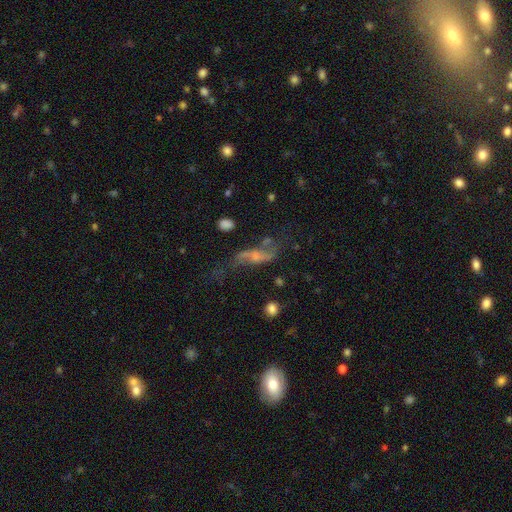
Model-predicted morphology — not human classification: Smooth or featured? featured or disk (65%)
Edge-on disk? no (82%)
Bar? no (58%)
Spiral arms? yes (77%)
Bulge size? small (41%)
Merging? none (41%)